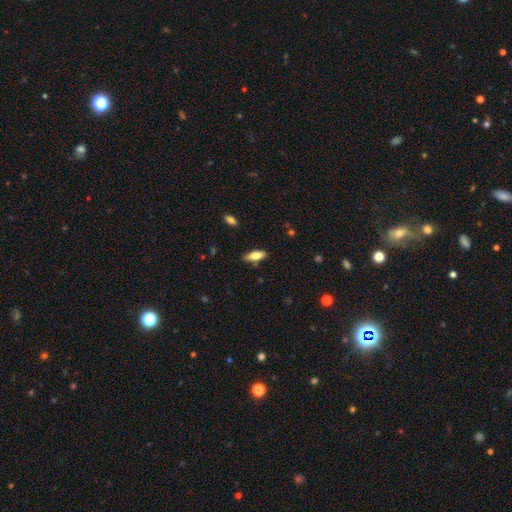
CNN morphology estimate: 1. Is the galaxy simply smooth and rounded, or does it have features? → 77% smooth, 17% featured or disk, 7% star or artifact.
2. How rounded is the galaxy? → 71% in between, 27% cigar-shaped, 2% round.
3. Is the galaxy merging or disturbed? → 82% none, 14% minor disturbance, 3% major disturbance, 2% merger.